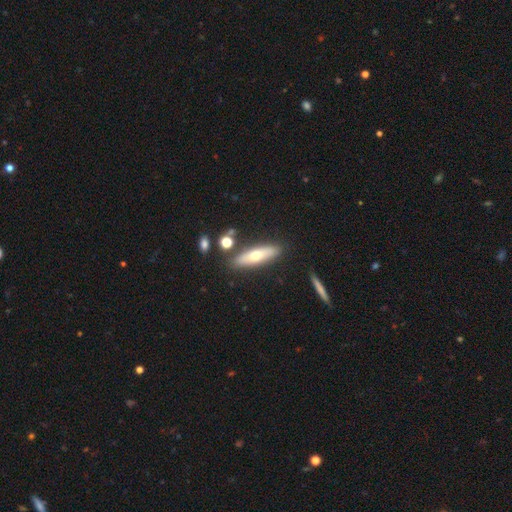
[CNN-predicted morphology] The model was most divided on "smooth or featured": smooth: 54%, featured or disk: 39%, star or artifact: 7%. More confident: merging — none (83%); how rounded — cigar-shaped (63%).